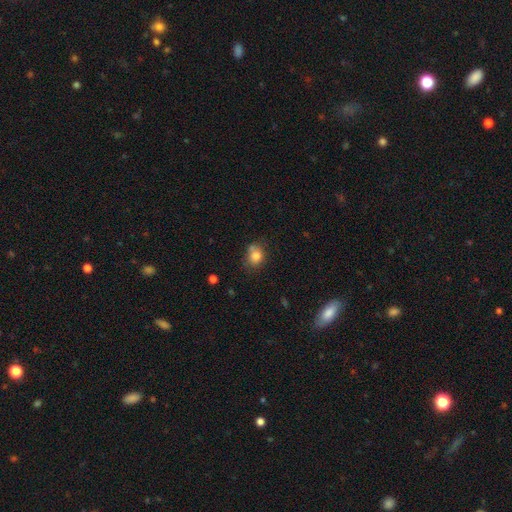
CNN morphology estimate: smooth_or_featured: smooth (p=0.81) [alt: star or artifact p=0.11]
how_rounded: round (p=0.60) [alt: in between p=0.39]
merging: none (p=0.61) [alt: minor disturbance p=0.21]